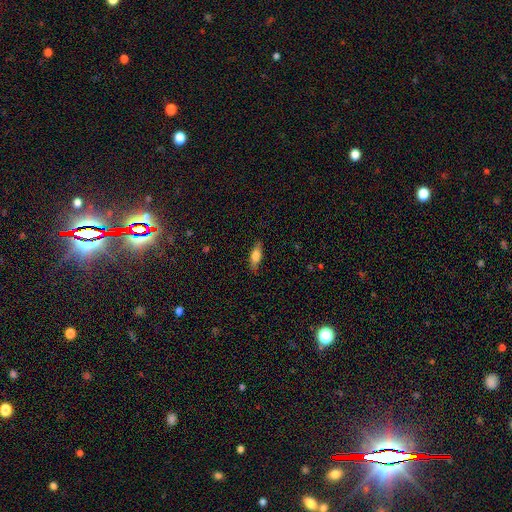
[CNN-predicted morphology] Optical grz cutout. It shows a smooth galaxy with no disk features (72%) that is in between round and cigar-shaped (59%). Merging: none (84%).